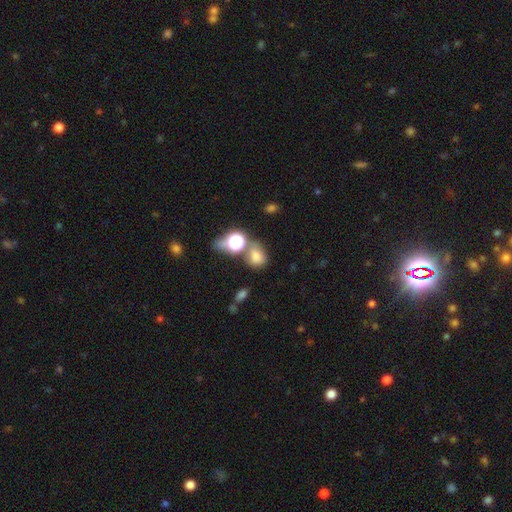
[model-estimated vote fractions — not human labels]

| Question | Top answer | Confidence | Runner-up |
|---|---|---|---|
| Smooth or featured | smooth | 70% | star or artifact (19%) |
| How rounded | round | 56% | in between (43%) |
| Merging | none | 52% | merger (24%) |